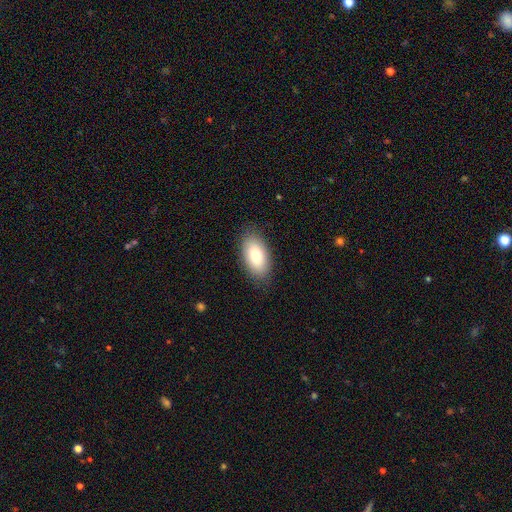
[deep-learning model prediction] A smooth galaxy with no disk features (79%) that is in between round and cigar-shaped (94%). Merging: none (86%).